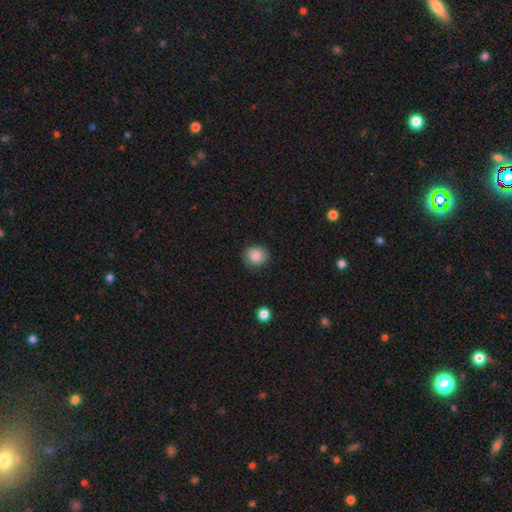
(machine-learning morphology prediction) Smooth or featured? Predicted: smooth (p=0.87). How rounded? Predicted: round (p=0.85). Merging? Predicted: none (p=0.86).